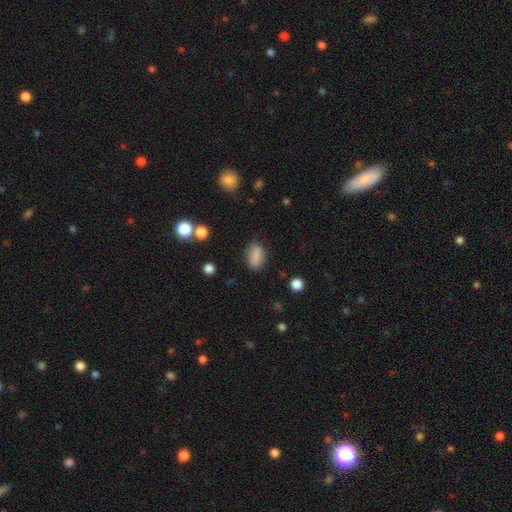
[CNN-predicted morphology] This appears to be a smooth galaxy with no disk features (83%) that is in between round and cigar-shaped (85%). Merging: none (81%).